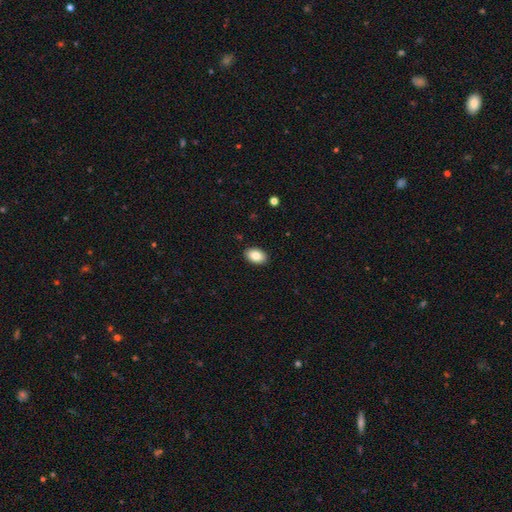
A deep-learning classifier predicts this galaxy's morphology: A smooth galaxy with no disk features (87%) that is in between round and cigar-shaped (90%). Merging: none (90%).